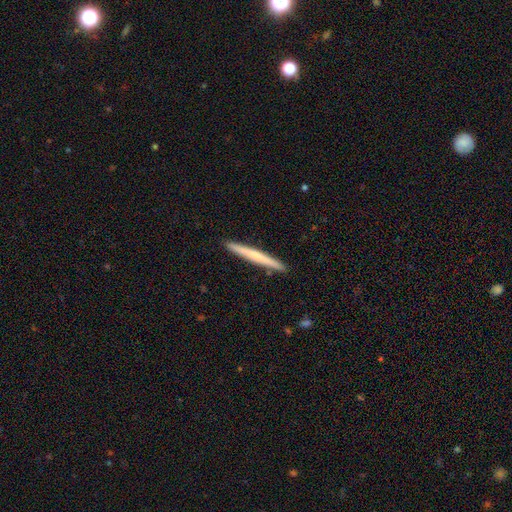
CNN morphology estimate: Smooth or featured? smooth (55%)
How rounded? cigar-shaped (97%)
Merging? none (93%)